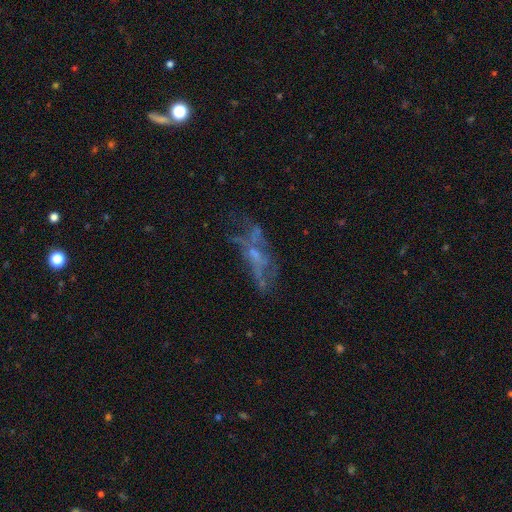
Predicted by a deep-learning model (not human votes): Q: Smooth or featured?
A: featured or disk (59%); runner-up: smooth (23%)
Q: Edge-on disk?
A: no (85%); runner-up: yes (15%)
Q: Bar?
A: no (80%); runner-up: weak (16%)
Q: Spiral arms?
A: no (77%); runner-up: yes (23%)
Q: Bulge size?
A: none (40%); runner-up: small (38%)
Q: Merging?
A: none (44%); runner-up: major disturbance (29%)